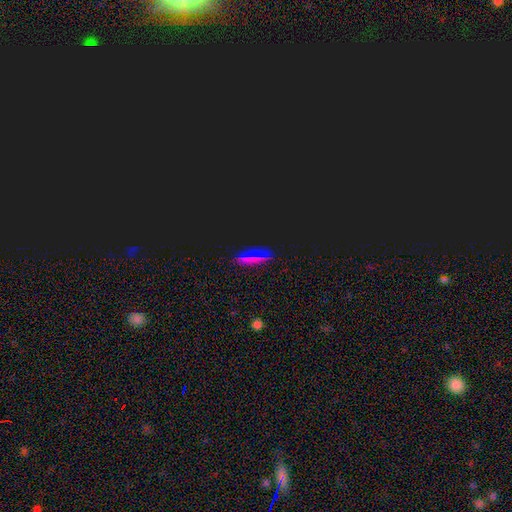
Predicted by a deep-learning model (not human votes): Morphology: type=star or artifact (46%).